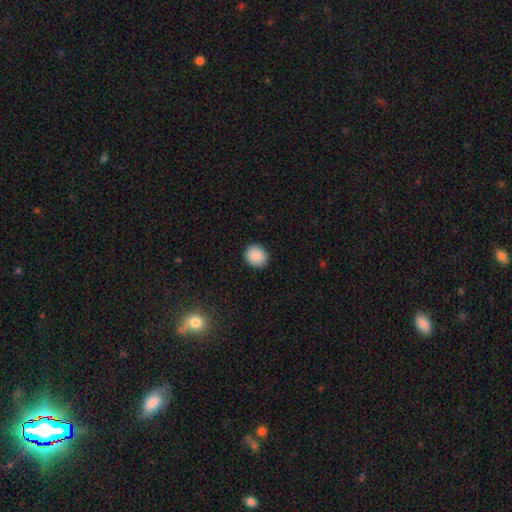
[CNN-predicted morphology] Smooth or featured: smooth — 89% (star or artifact — 8%)
How rounded: round — 72% (in between — 27%)
Merging: none — 90% (minor disturbance — 7%)